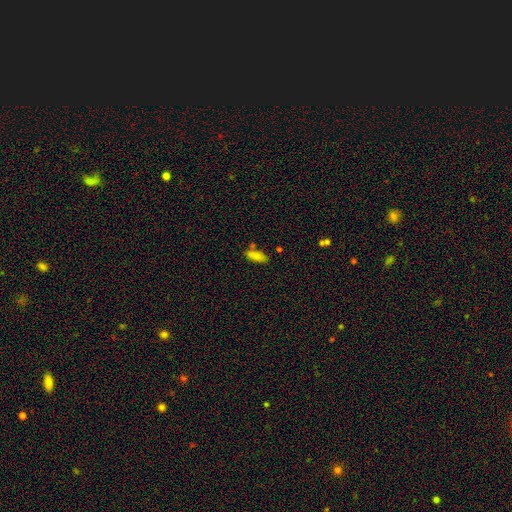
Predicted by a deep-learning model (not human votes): smooth 83%, star or artifact 10%, featured or disk 7%. Down the decision tree: how rounded — in between (68%); merging — none (71%).